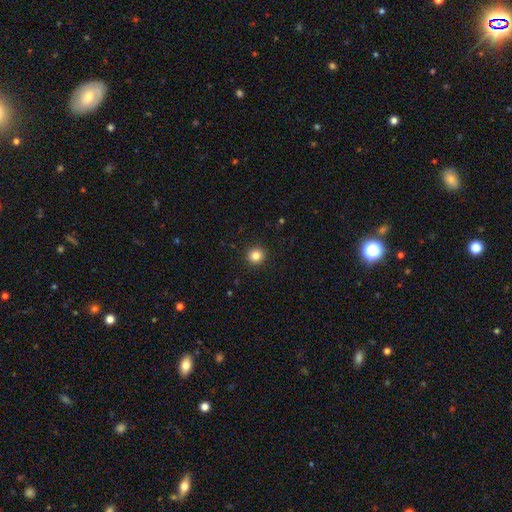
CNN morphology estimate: This appears to be a smooth galaxy with no disk features (84%) that is round (95%). Merging: none (93%).